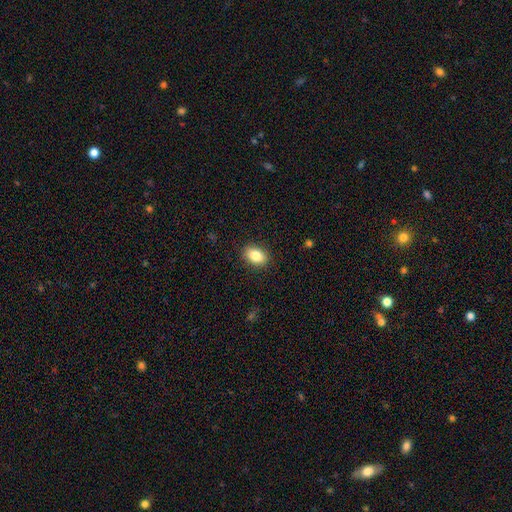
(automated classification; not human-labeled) Morphology: type=smooth (86%); roundness=in between (87%); merging=none (89%).